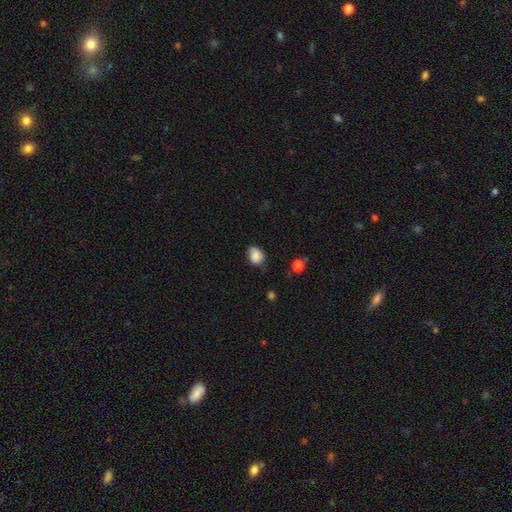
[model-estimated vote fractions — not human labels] The model was most divided on "how rounded": in between: 56%, round: 43%, cigar-shaped: 1%. More confident: smooth or featured — smooth (85%); merging — none (64%).